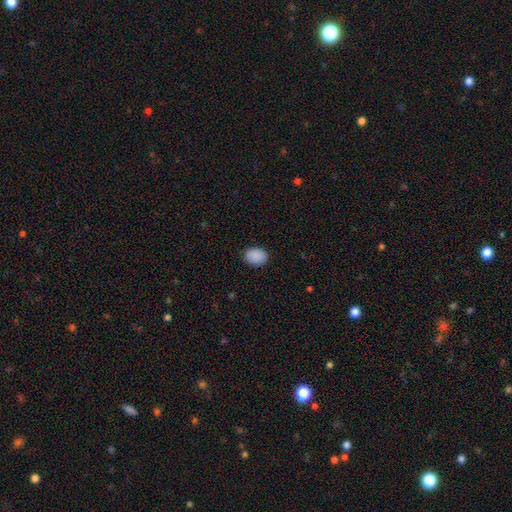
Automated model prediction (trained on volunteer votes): Q: Smooth or featured?
A: smooth (89%); runner-up: star or artifact (7%)
Q: How rounded?
A: in between (62%); runner-up: round (37%)
Q: Merging?
A: none (87%); runner-up: minor disturbance (10%)